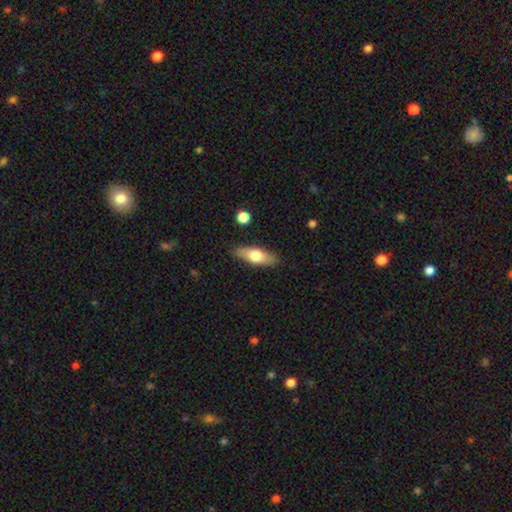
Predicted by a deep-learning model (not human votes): Smooth or featured: smooth — 61% (featured or disk — 33%)
How rounded: in between — 62% (cigar-shaped — 34%)
Merging: none — 86% (minor disturbance — 10%)